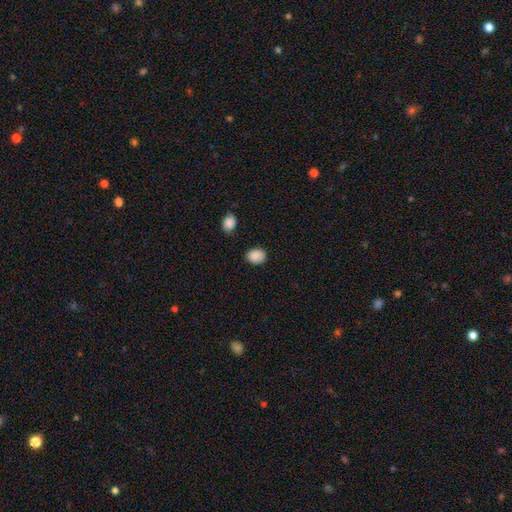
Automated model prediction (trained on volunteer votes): smooth 88%, star or artifact 9%, featured or disk 3%. Down the decision tree: how rounded — round (51%); merging — none (80%).